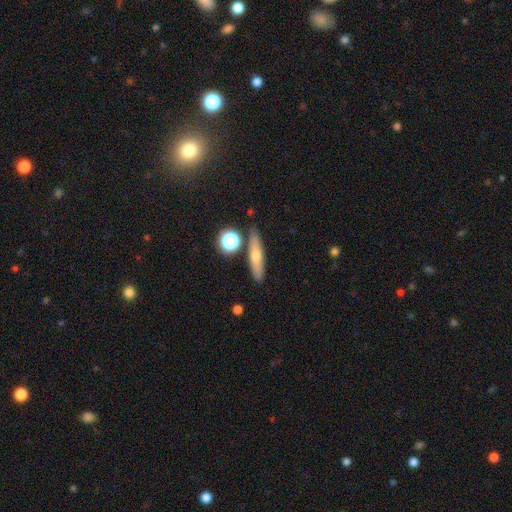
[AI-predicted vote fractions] Smooth or featured? Predicted: smooth (p=0.54). How rounded? Predicted: cigar-shaped (p=0.73). Merging? Predicted: none (p=0.82).